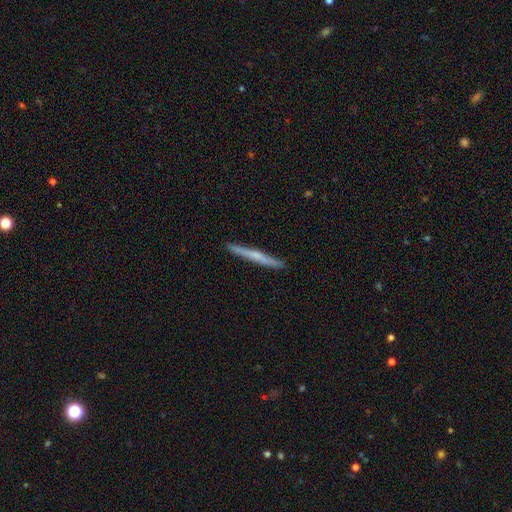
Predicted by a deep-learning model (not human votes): Morphology: type=featured or disk (48%); merging=none (92%).